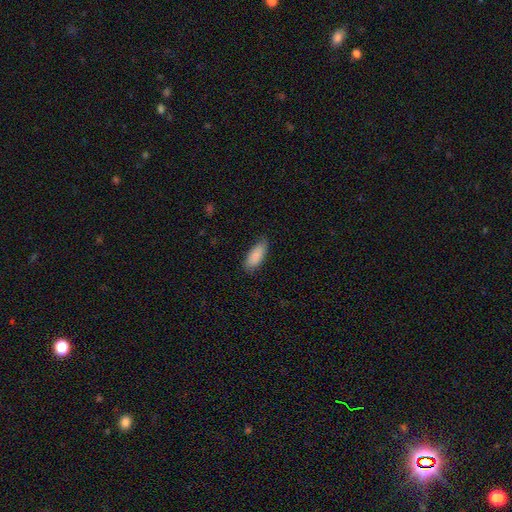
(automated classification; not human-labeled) A smooth galaxy with no disk features (89%) that is in between round and cigar-shaped (81%).

Vote fractions:
- Smooth or featured? smooth: 89% / star or artifact: 6% / featured or disk: 6%
- How rounded? in between: 81% / cigar-shaped: 18% / round: 2%
- Merging? none: 82% / minor disturbance: 15% / major disturbance: 3% / merger: 1%